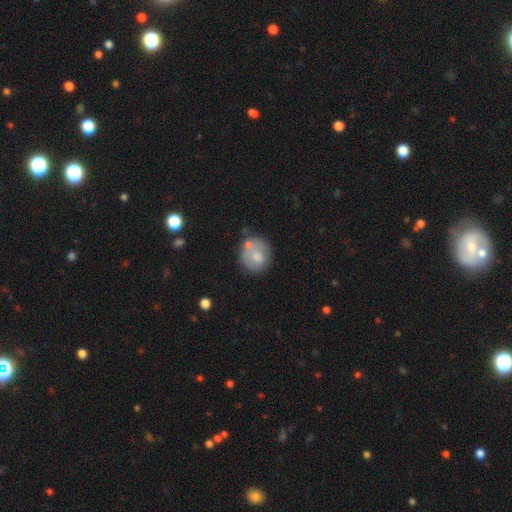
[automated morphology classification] smooth-or-featured: smooth: 69% | featured or disk: 24% | star or artifact: 8%
  how-rounded: round: 85% | in between: 14% | cigar-shaped: 1%
  merging: none: 57% | minor disturbance: 20% | merger: 15% | major disturbance: 8%